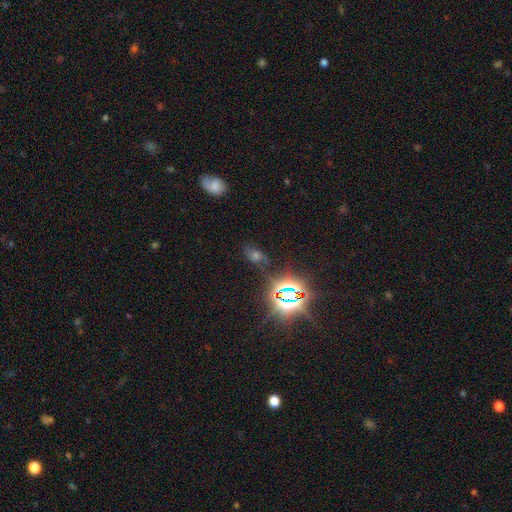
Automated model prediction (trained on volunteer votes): star or artifact 73%, smooth 16%, featured or disk 10%.